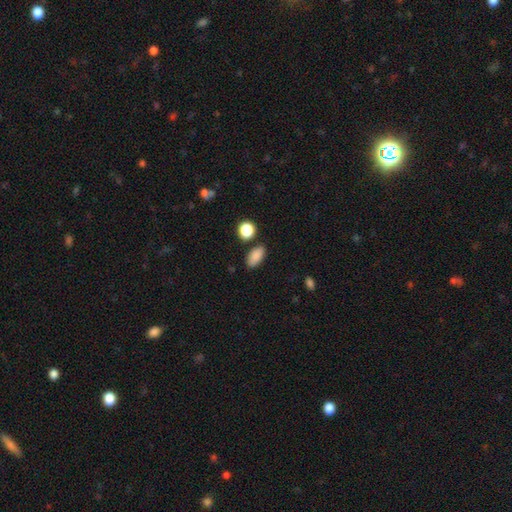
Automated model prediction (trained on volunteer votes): Smooth or featured? smooth (87%)
How rounded? in between (89%)
Merging? none (82%)